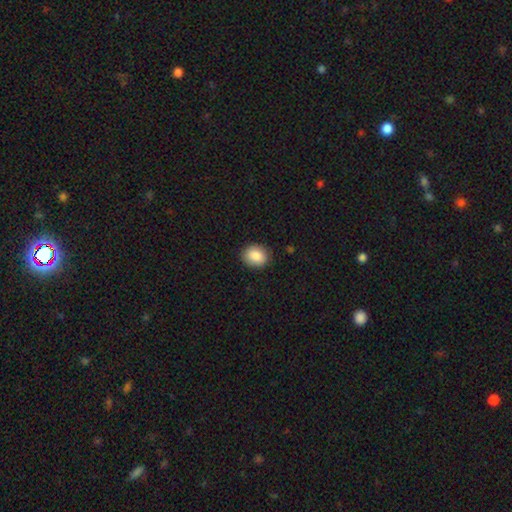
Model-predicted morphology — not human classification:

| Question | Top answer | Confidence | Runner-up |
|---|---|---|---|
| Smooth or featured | smooth | 87% | star or artifact (8%) |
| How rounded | round | 58% | in between (41%) |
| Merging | none | 89% | minor disturbance (8%) |